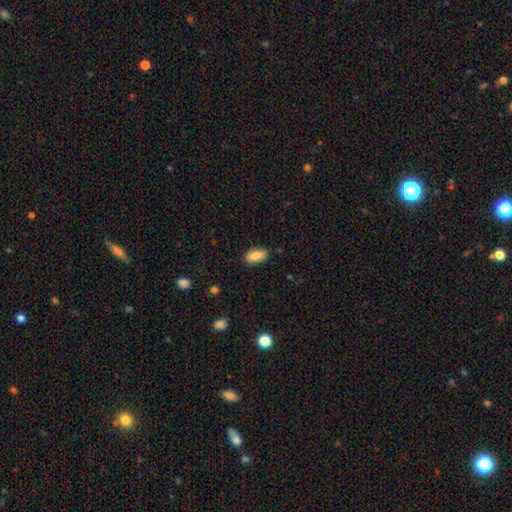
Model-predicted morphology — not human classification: smooth 84%, featured or disk 8%, star or artifact 7%. Down the decision tree: how rounded — in between (86%); merging — none (84%).